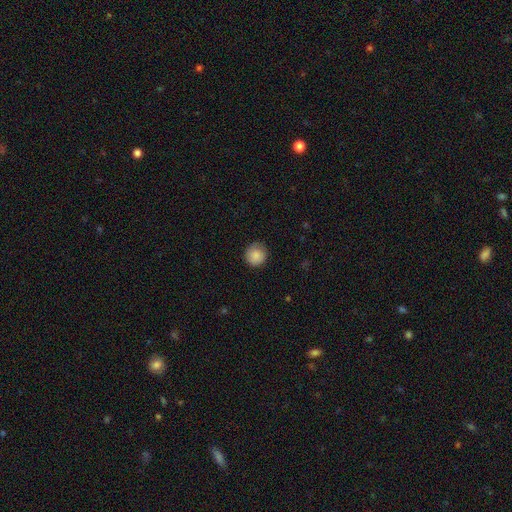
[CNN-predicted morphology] This is clearly a smooth galaxy (86%). How rounded: clearly round (92%). Merging: clearly none (80%).